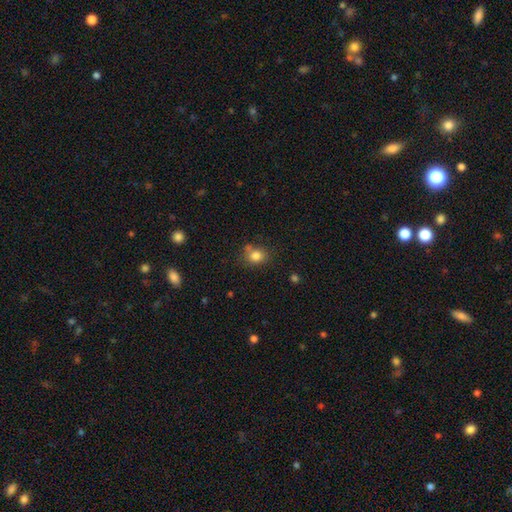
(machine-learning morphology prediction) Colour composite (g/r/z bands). It shows a smooth galaxy with no disk features (82%) that is round (60%). Merging: none (65%).